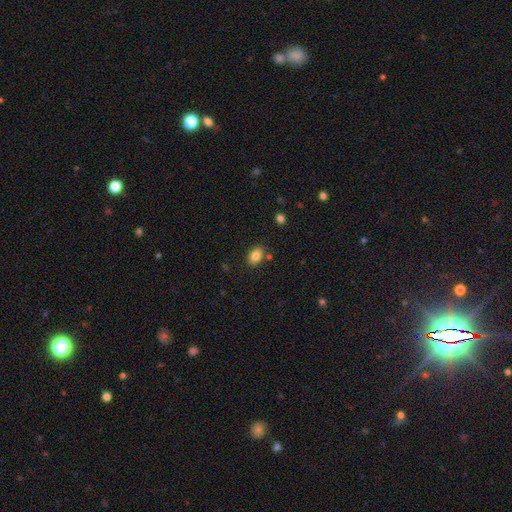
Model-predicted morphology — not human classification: smooth 84%, star or artifact 9%, featured or disk 7%. Down the decision tree: how rounded — in between (85%); merging — none (80%).